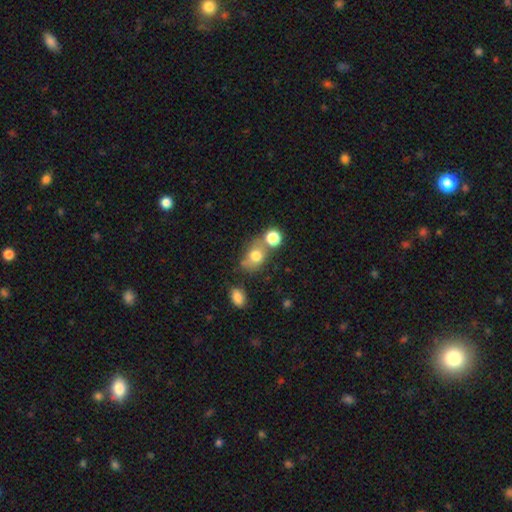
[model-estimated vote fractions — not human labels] This appears to be a smooth galaxy with no disk features (74%) that is in between round and cigar-shaped (56%). Merging: none (46%).